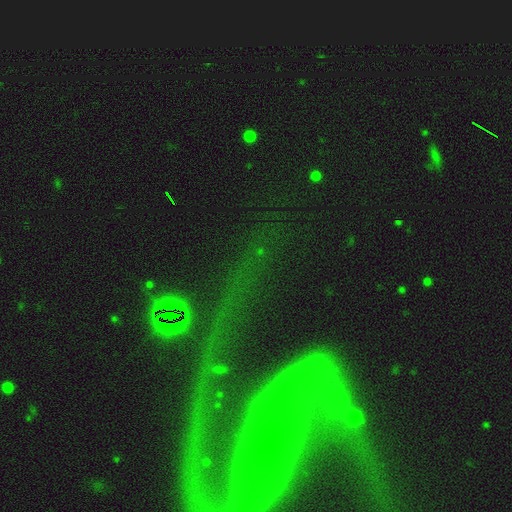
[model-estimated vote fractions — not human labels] Q: Smooth or featured?
A: featured or disk (82%); runner-up: star or artifact (11%)
Q: Edge-on disk?
A: no (93%); runner-up: yes (7%)
Q: Bar?
A: strong (44%); runner-up: no (29%)
Q: Spiral arms?
A: yes (91%); runner-up: no (9%)
Q: Spiral winding?
A: medium (41%); runner-up: loose (39%)
Q: Spiral arm count?
A: 2 (89%); runner-up: can't tell (3%)
Q: Bulge size?
A: small (81%); runner-up: moderate (11%)
Q: Merging?
A: none (61%); runner-up: major disturbance (17%)